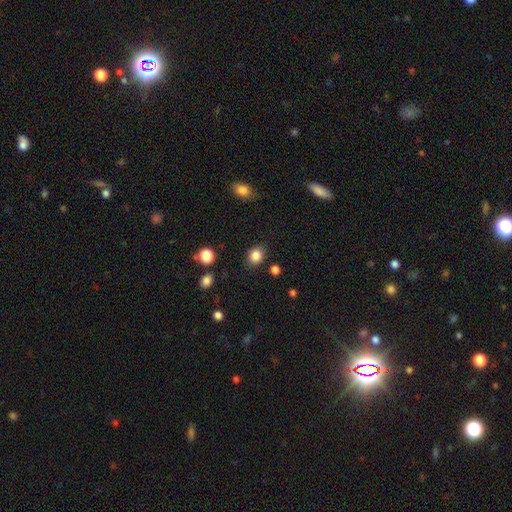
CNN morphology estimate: Q: Smooth or featured?
A: smooth (84%); runner-up: star or artifact (11%)
Q: How rounded?
A: round (60%); runner-up: in between (39%)
Q: Merging?
A: none (84%); runner-up: minor disturbance (11%)